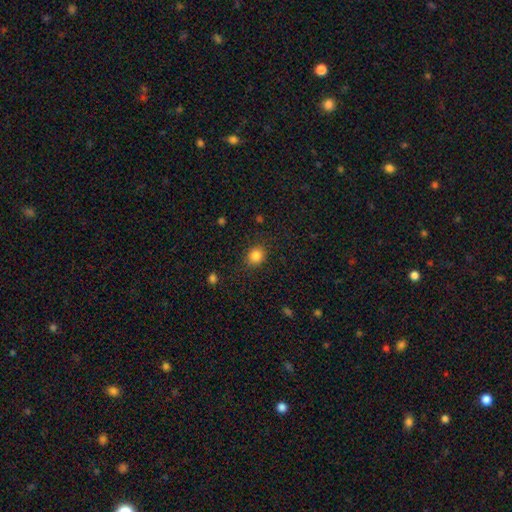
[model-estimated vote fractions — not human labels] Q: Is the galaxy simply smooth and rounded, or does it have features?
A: smooth — 85%.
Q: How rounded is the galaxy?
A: round — 78%.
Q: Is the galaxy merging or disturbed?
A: none — 84%.